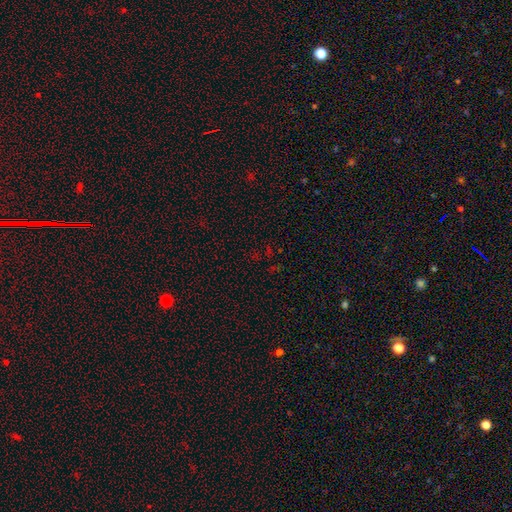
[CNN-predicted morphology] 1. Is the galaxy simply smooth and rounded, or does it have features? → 68% star or artifact, 23% smooth, 9% featured or disk.